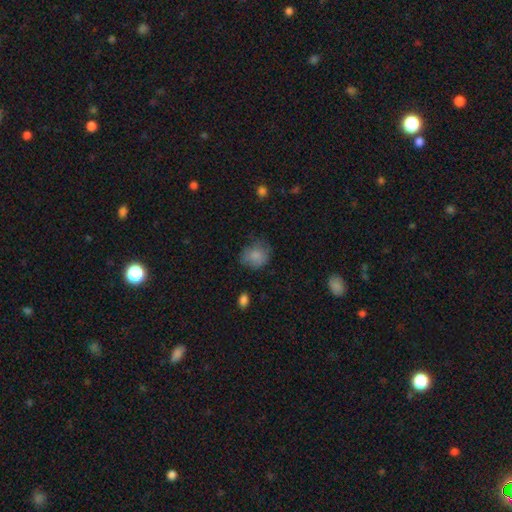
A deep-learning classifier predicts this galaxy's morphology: The model was most divided on "merging": none: 61%, minor disturbance: 27%, major disturbance: 10%, merger: 2%. More confident: smooth or featured — smooth (81%); how rounded — round (73%).